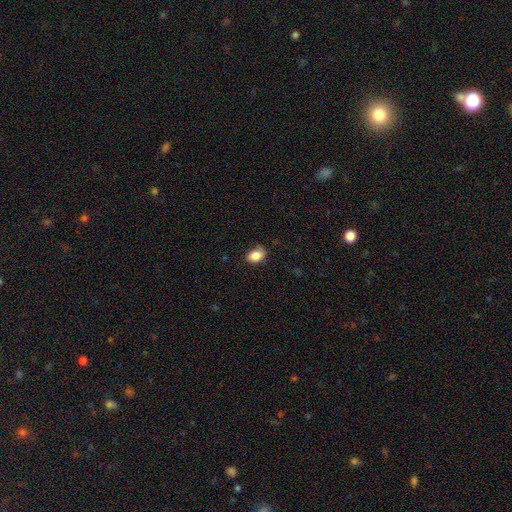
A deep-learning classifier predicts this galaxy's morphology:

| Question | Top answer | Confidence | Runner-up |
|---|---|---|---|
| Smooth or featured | smooth | 84% | star or artifact (9%) |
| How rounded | in between | 75% | round (24%) |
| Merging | none | 72% | minor disturbance (22%) |